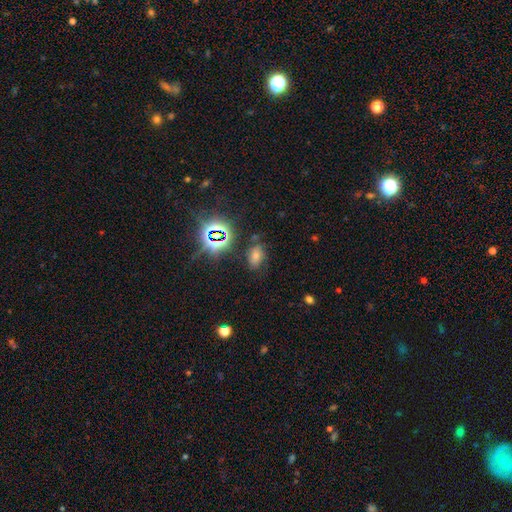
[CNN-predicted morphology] This is possibly a smooth galaxy (54%). How rounded: clearly in between (85%). Merging: likely none (71%).